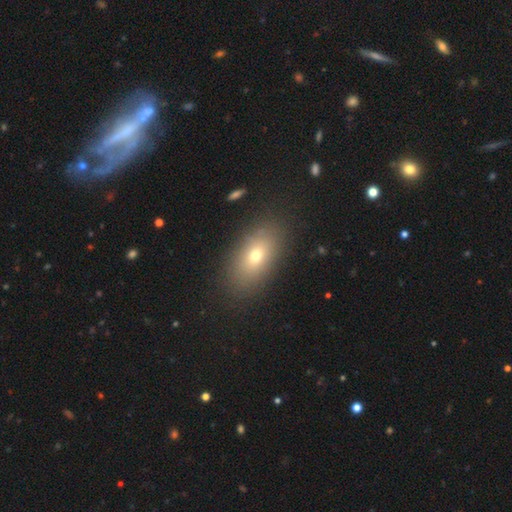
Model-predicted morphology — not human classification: smooth-or-featured: smooth: 70% | featured or disk: 18% | star or artifact: 12%
  how-rounded: in between: 85% | round: 11% | cigar-shaped: 5%
  merging: none: 84% | minor disturbance: 10% | major disturbance: 4% | merger: 2%